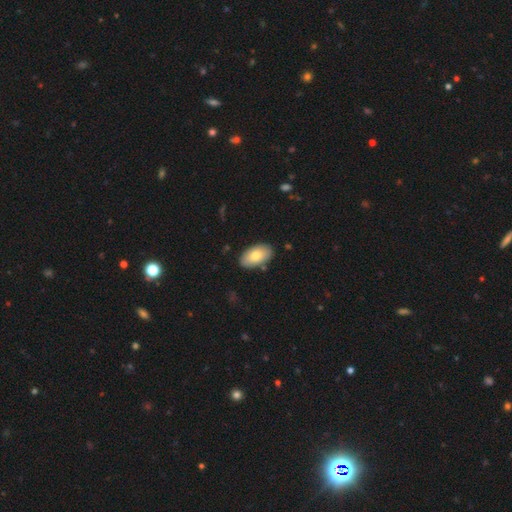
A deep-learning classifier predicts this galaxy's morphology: This appears to be a smooth galaxy with no disk features (76%) that is in between round and cigar-shaped (95%). Merging: none (86%).